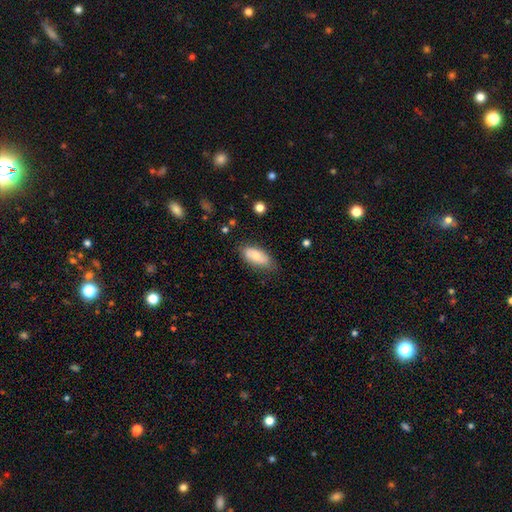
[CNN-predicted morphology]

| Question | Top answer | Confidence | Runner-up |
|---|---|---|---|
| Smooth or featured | smooth | 67% | featured or disk (27%) |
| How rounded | in between | 89% | cigar-shaped (8%) |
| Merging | none | 73% | minor disturbance (21%) |